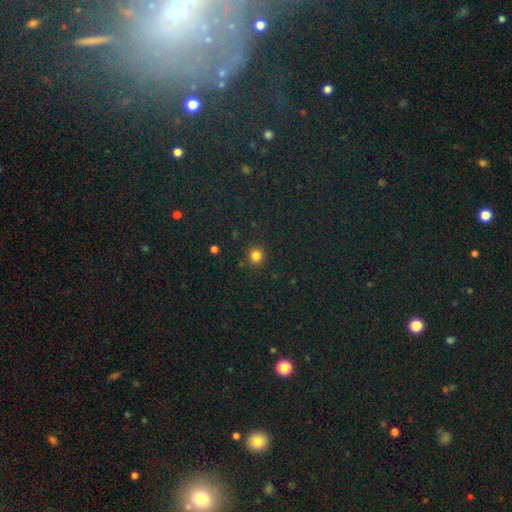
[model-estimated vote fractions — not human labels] smooth-or-featured: smooth: 82% | star or artifact: 14% | featured or disk: 4%
  how-rounded: round: 90% | in between: 9% | cigar-shaped: 1%
  merging: none: 89% | minor disturbance: 7% | major disturbance: 2% | merger: 2%